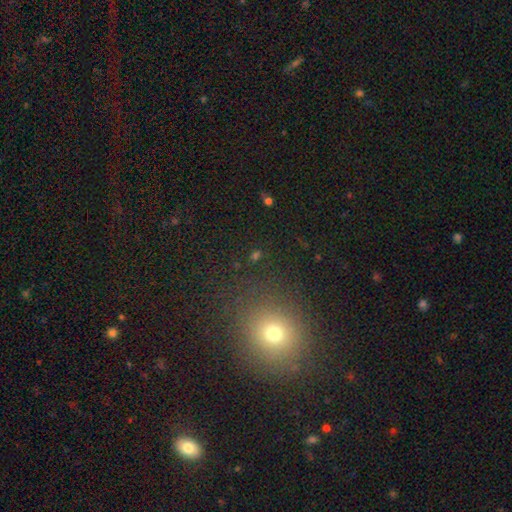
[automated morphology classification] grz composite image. It shows a smooth galaxy with no disk features (53%) that is round (71%). Merging: none (83%).